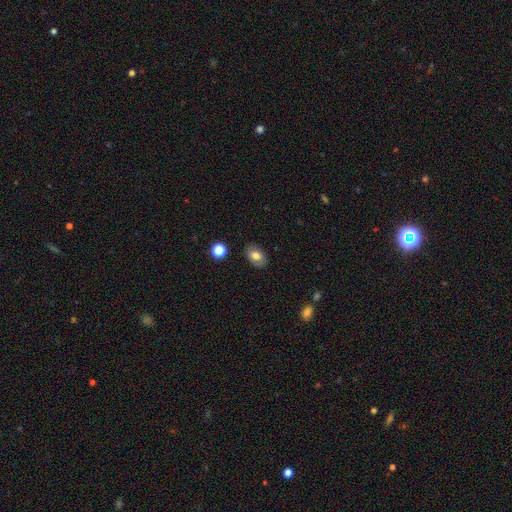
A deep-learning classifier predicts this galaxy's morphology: Smooth or featured? Predicted: smooth (p=0.77). How rounded? Predicted: in between (p=0.85). Merging? Predicted: none (p=0.86).